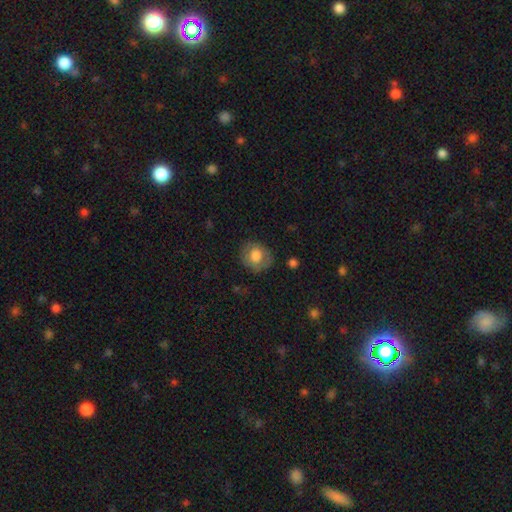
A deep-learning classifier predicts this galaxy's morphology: The model was most divided on "smooth or featured": smooth: 71%, featured or disk: 22%, star or artifact: 8%. More confident: merging — none (74%); how rounded — round (74%).